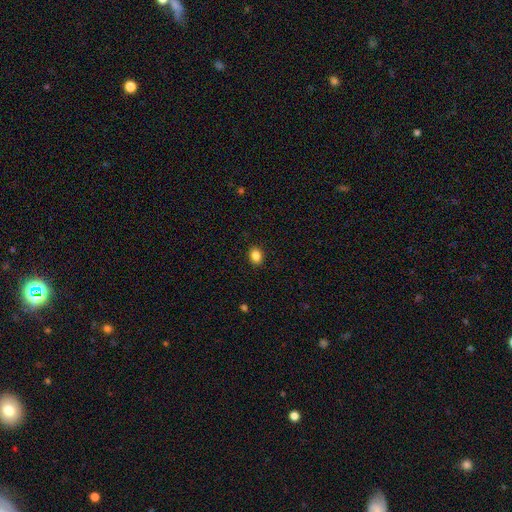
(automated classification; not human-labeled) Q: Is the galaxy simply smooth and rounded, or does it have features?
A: smooth — 86%.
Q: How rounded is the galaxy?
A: in between — 59%.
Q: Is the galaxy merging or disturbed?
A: none — 90%.